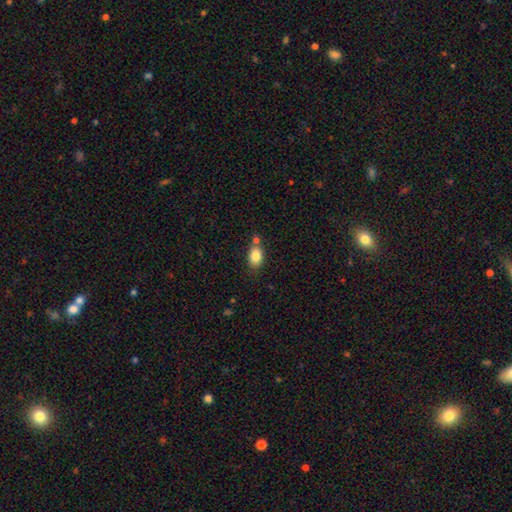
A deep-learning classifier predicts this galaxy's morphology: Smooth or featured? smooth (84%)
How rounded? in between (81%)
Merging? none (62%)